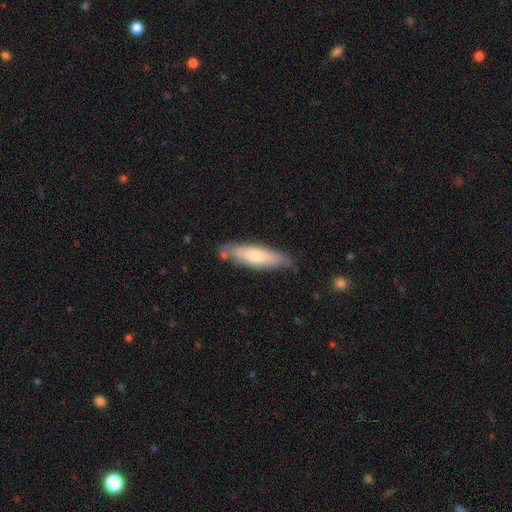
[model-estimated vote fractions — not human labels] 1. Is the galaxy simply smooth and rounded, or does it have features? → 64% smooth, 31% featured or disk, 5% star or artifact.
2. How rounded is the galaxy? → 62% cigar-shaped, 37% in between, 1% round.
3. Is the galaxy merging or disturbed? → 75% none, 18% minor disturbance, 4% merger, 3% major disturbance.